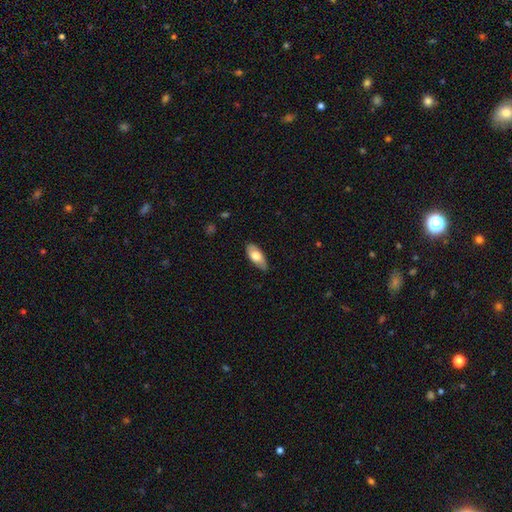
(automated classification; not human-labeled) smooth-or-featured: smooth: 71% | featured or disk: 24% | star or artifact: 6%
  how-rounded: in between: 87% | cigar-shaped: 11% | round: 2%
  merging: none: 82% | minor disturbance: 15% | major disturbance: 3% | merger: 1%